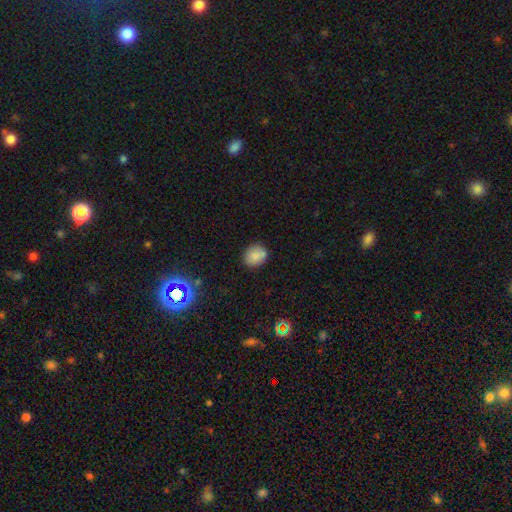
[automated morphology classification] smooth_or_featured: smooth (p=0.80) [alt: star or artifact p=0.11]
how_rounded: round (p=0.67) [alt: in between p=0.32]
merging: none (p=0.71) [alt: minor disturbance p=0.15]